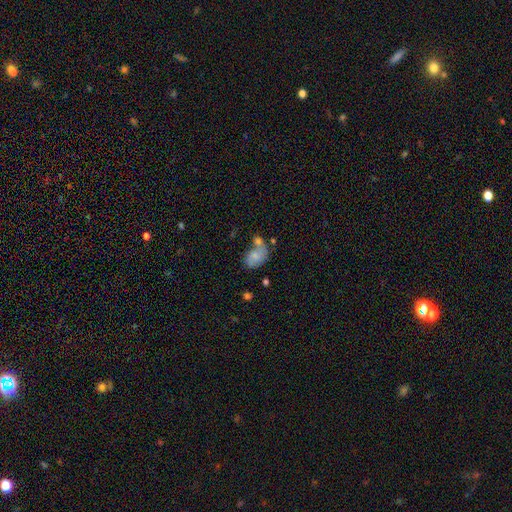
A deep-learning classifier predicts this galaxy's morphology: Smooth or featured? Predicted: smooth (p=0.57). How rounded? Predicted: in between (p=0.78). Merging? Predicted: merger (p=0.35).